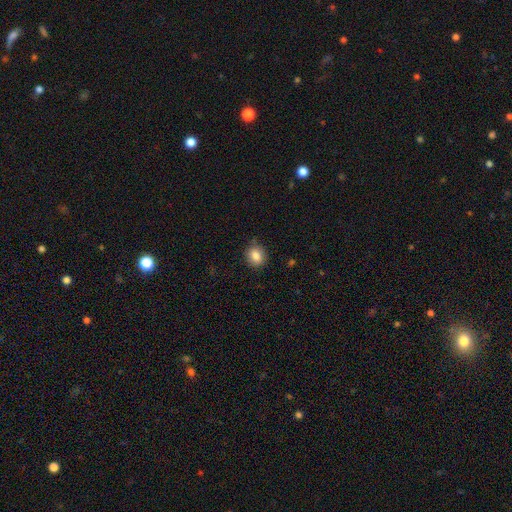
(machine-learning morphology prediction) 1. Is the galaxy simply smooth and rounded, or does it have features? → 84% smooth, 10% star or artifact, 6% featured or disk.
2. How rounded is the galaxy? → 76% round, 23% in between, 1% cigar-shaped.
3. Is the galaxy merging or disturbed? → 84% none, 12% minor disturbance, 2% major disturbance, 1% merger.